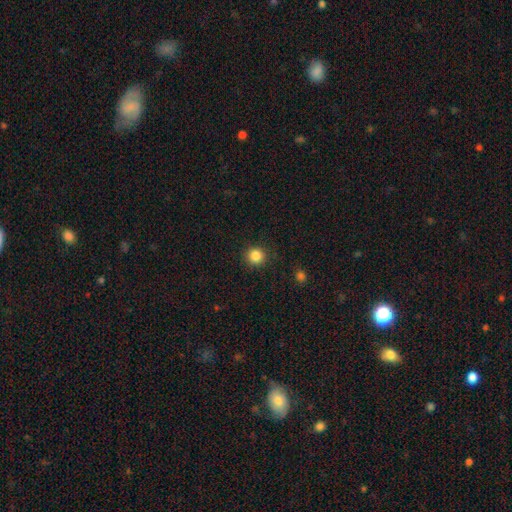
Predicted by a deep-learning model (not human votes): Overall: smooth (85%). How rounded: round (94%). Merging: none (91%).